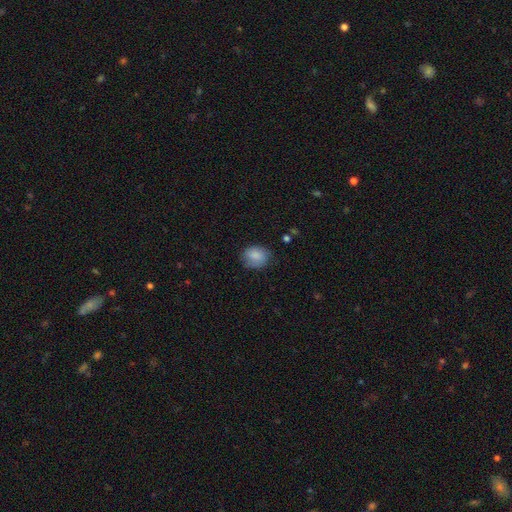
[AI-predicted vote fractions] Overall: smooth (84%). How rounded: round (53%; in between 46%). Merging: none (70%).